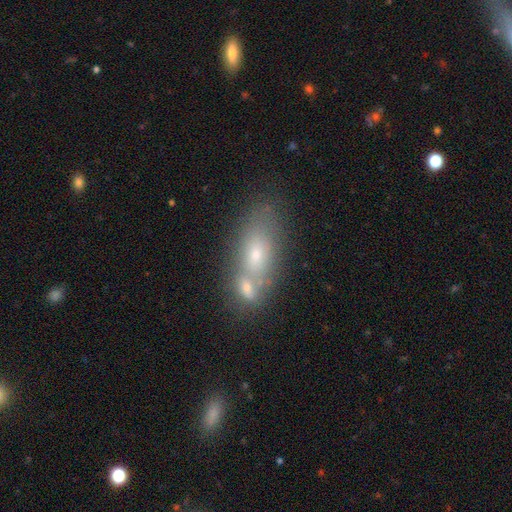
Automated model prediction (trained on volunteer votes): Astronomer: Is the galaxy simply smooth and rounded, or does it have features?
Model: smooth — 58%.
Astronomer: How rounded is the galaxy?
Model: in between — 70%.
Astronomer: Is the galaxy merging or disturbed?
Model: merger — 49% (runner-up: none, 36%).